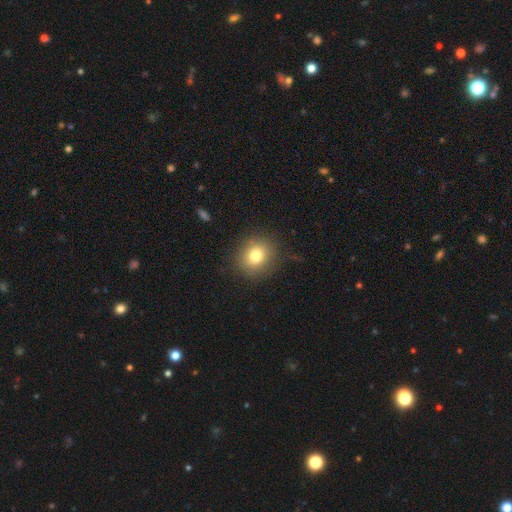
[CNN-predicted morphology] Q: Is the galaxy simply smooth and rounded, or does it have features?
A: smooth — 80%.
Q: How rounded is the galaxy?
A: round — 82%.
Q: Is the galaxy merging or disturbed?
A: none — 85%.